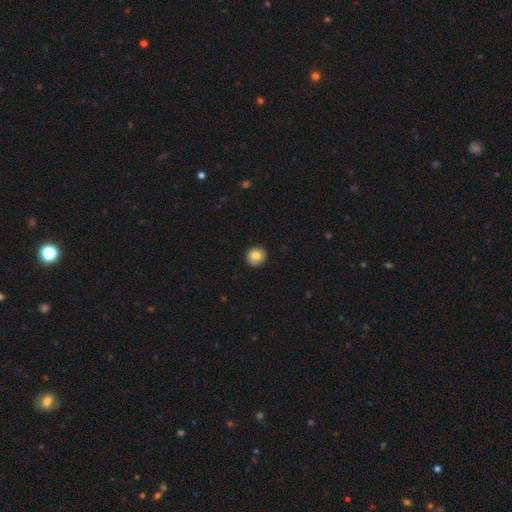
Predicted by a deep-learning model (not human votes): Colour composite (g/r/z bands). It shows a smooth galaxy with no disk features (84%) that is round (89%). Merging: none (92%).